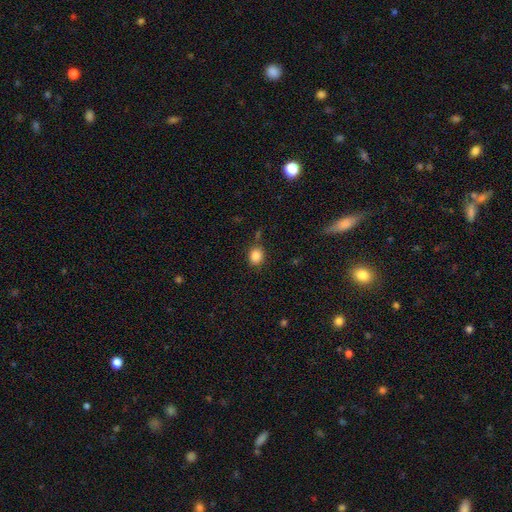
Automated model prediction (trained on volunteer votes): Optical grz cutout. It shows a smooth galaxy with no disk features (85%) that is round (63%). Merging: none (78%).